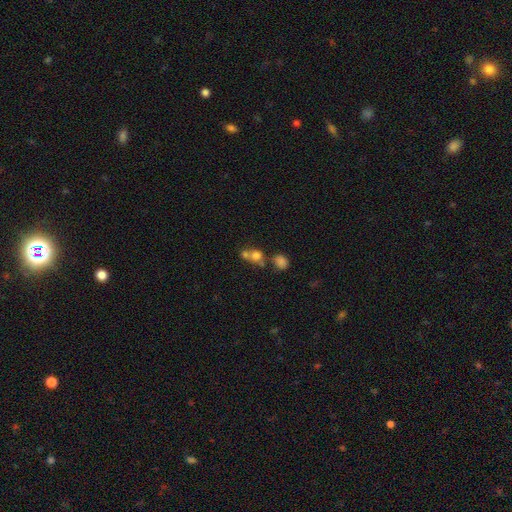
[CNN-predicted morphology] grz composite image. It shows a smooth galaxy with no disk features (71%) that is round (74%). Merging: merger (50%).